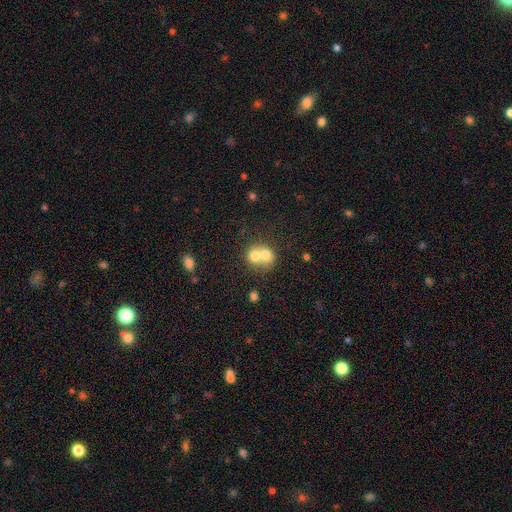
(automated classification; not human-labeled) The model was most divided on "how rounded": round: 72%, in between: 27%, cigar-shaped: 1%. More confident: merging — merger (71%); smooth or featured — smooth (68%).